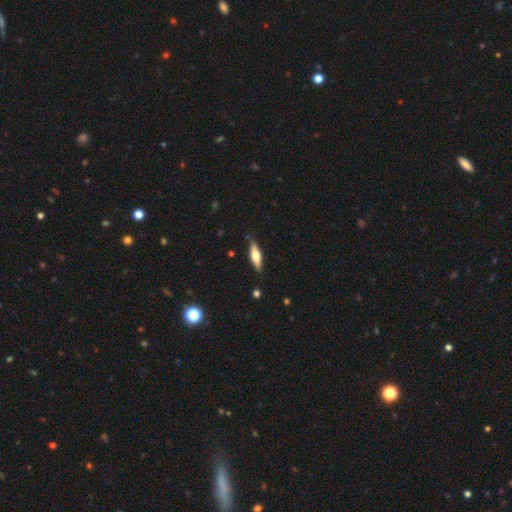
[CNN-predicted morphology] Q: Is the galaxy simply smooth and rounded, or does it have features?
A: featured or disk — 52%.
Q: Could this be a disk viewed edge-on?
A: yes — 93%.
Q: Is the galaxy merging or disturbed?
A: none — 86%.